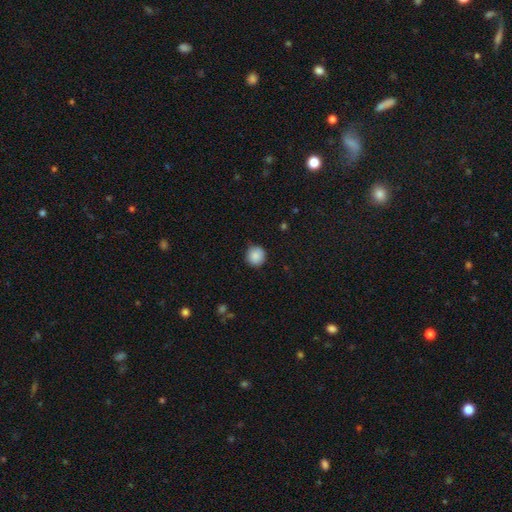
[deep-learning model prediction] A smooth galaxy with no disk features (87%) that is round (90%).

Vote fractions:
- Smooth or featured? smooth: 87% / star or artifact: 8% / featured or disk: 4%
- How rounded? round: 90% / in between: 9% / cigar-shaped: 1%
- Merging? none: 82% / minor disturbance: 15% / major disturbance: 3% / merger: 1%